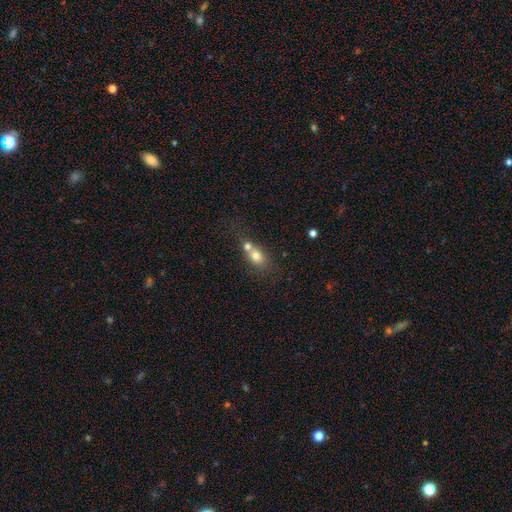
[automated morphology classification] type=smooth (71%); roundness=in between (53%); merging=merger (59%).